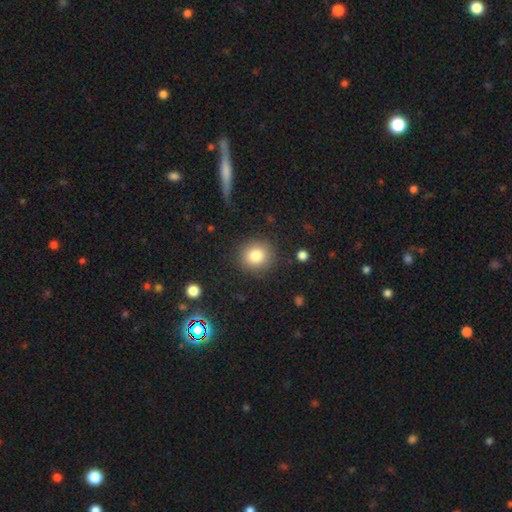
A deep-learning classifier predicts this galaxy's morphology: Smooth or featured: smooth — 82% (star or artifact — 10%)
How rounded: round — 87% (in between — 12%)
Merging: none — 88% (minor disturbance — 8%)